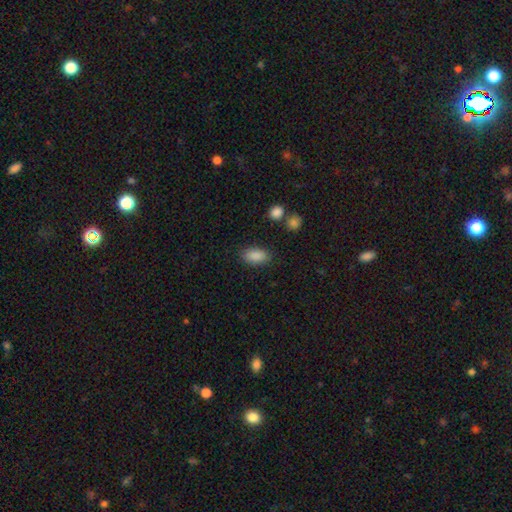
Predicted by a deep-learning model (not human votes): smooth-or-featured: smooth: 88% | star or artifact: 8% | featured or disk: 4%
  how-rounded: in between: 91% | round: 5% | cigar-shaped: 4%
  merging: none: 84% | minor disturbance: 10% | major disturbance: 3% | merger: 2%